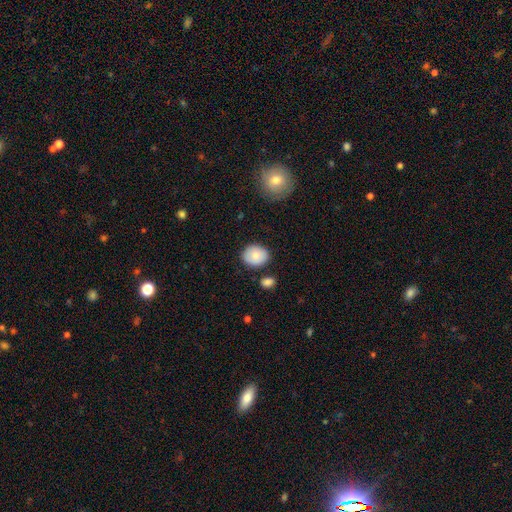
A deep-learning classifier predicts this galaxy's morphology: type=smooth (79%); roundness=round (56%); merging=none (80%).